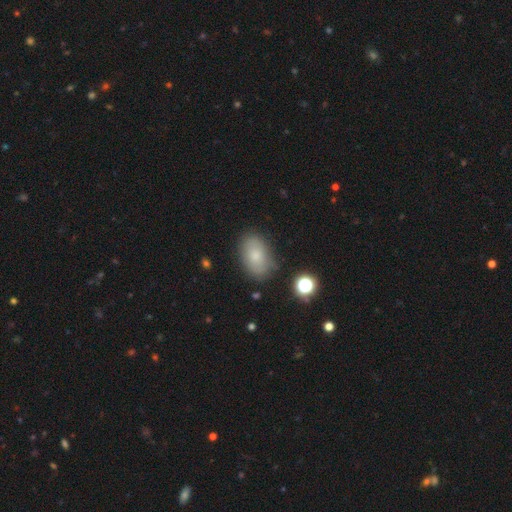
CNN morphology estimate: Smooth or featured: smooth — 76% (featured or disk — 14%)
How rounded: in between — 89% (round — 10%)
Merging: none — 80% (minor disturbance — 14%)